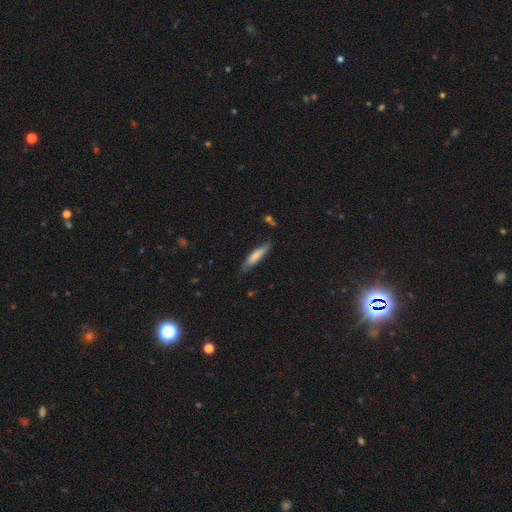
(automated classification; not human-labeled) This is likely a smooth galaxy (70%). How rounded: clearly cigar-shaped (81%). Merging: likely none (73%).